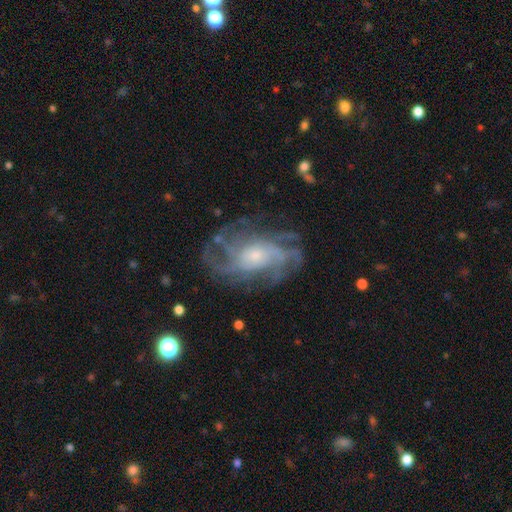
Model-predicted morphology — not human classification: Smooth or featured: featured or disk — 85% (smooth — 8%)
Edge-on disk: no — 96% (yes — 4%)
Bar: no — 72% (weak — 22%)
Spiral arms: yes — 94% (no — 6%)
Spiral winding: tight — 41% (tied with medium — 41%)
Spiral arm count: can't tell — 28% (4 — 22%)
Bulge size: small — 59% (moderate — 31%)
Merging: none — 70% (minor disturbance — 16%)